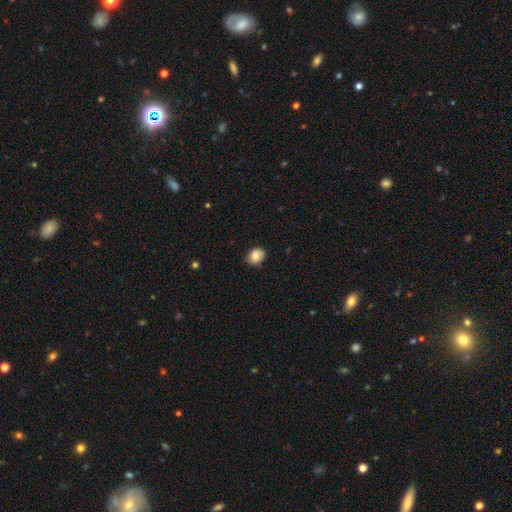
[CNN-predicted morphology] Smooth or featured? smooth (82%)
How rounded? round (54%)
Merging? none (74%)